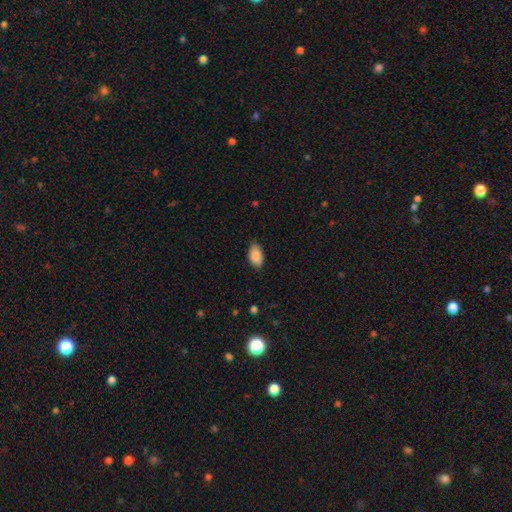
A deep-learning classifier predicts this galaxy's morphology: This appears to be a smooth galaxy with no disk features (89%) that is in between round and cigar-shaped (93%). Merging: none (81%).